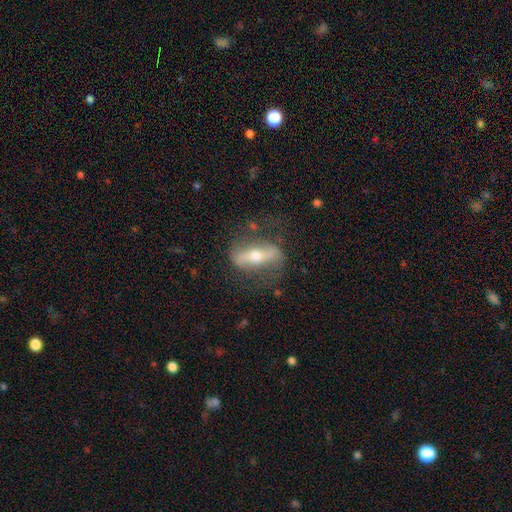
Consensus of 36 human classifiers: Volunteers were most divided on "bar": strong: 50%, no: 39%, weak: 11%. More confident: spiral arm count — 2 (100%); spiral arms — yes (83%); edge-on disk — no (72%); smooth or featured — featured or disk (69%); spiral winding — loose (67%); bulge size — moderate (67%); merging — none (62%).